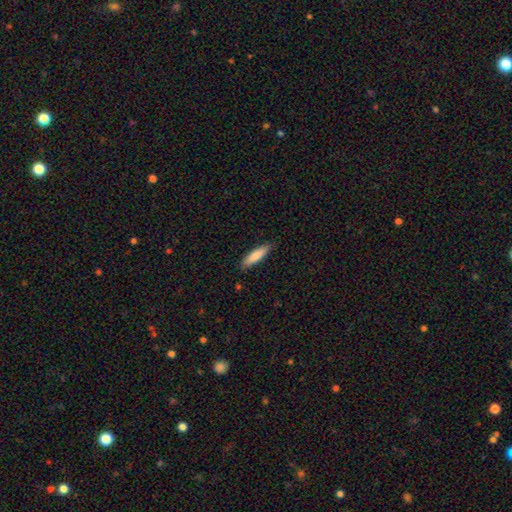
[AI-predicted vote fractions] Morphology: type=smooth (80%); roundness=cigar-shaped (73%); merging=none (85%).